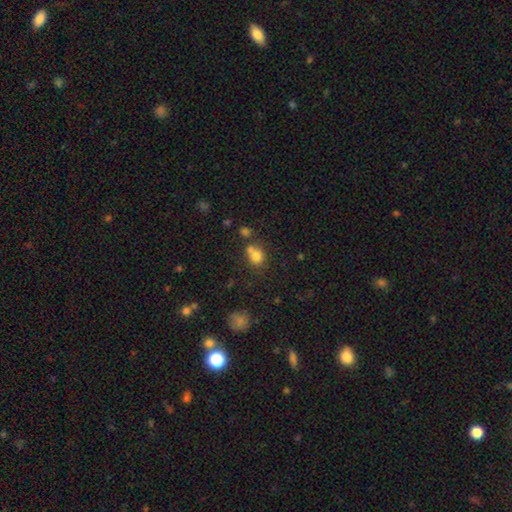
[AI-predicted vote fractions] Smooth or featured? Predicted: smooth (p=0.76). How rounded? Predicted: round (p=0.67). Merging? Predicted: none (p=0.44).